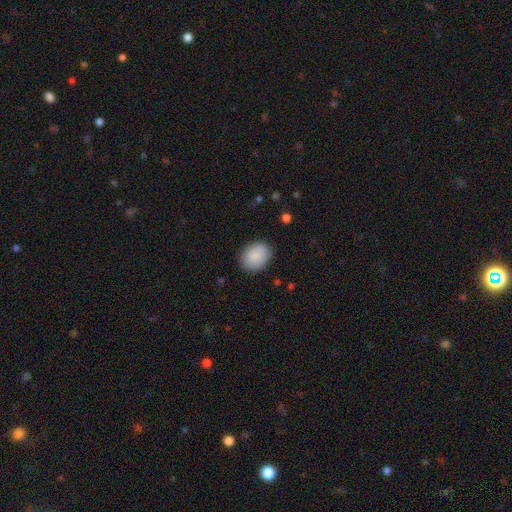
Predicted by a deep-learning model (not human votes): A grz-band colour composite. It shows a smooth galaxy with no disk features (88%) that is in between round and cigar-shaped (56%). Merging: none (85%).